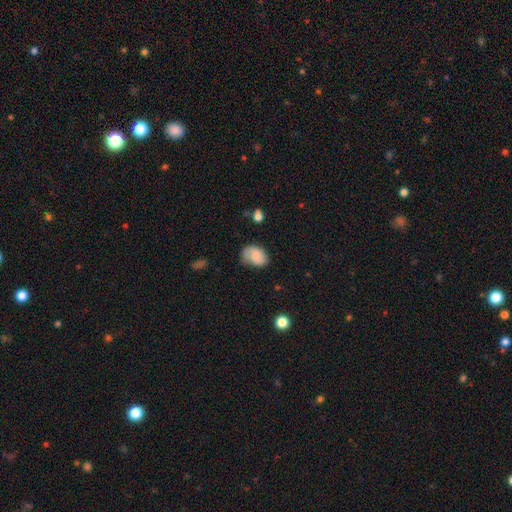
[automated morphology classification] smooth-or-featured: smooth: 75% | featured or disk: 17% | star or artifact: 8%
  how-rounded: in between: 79% | round: 19% | cigar-shaped: 1%
  merging: none: 51% | minor disturbance: 34% | major disturbance: 12% | merger: 3%